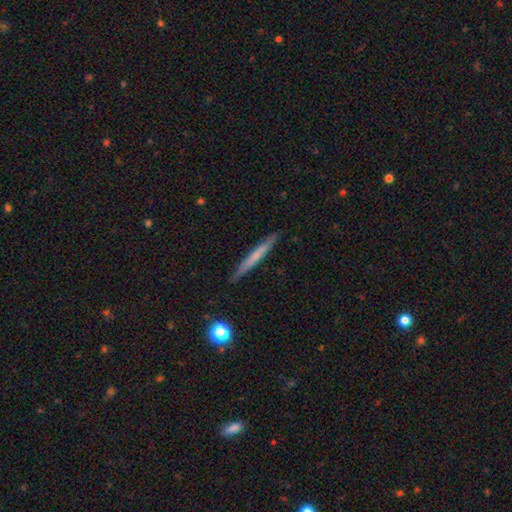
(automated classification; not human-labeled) smooth_or_featured: smooth (p=0.57) [alt: featured or disk p=0.37]
how_rounded: cigar-shaped (p=0.96) [alt: in between p=0.02]
merging: none (p=0.89) [alt: minor disturbance p=0.08]